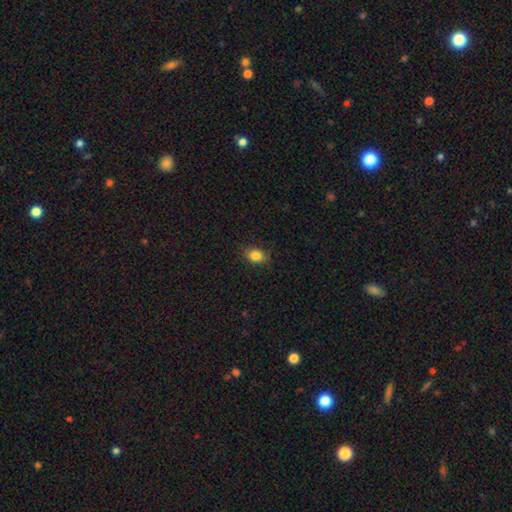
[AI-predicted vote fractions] Smooth or featured? smooth (84%)
How rounded? in between (63%)
Merging? none (85%)